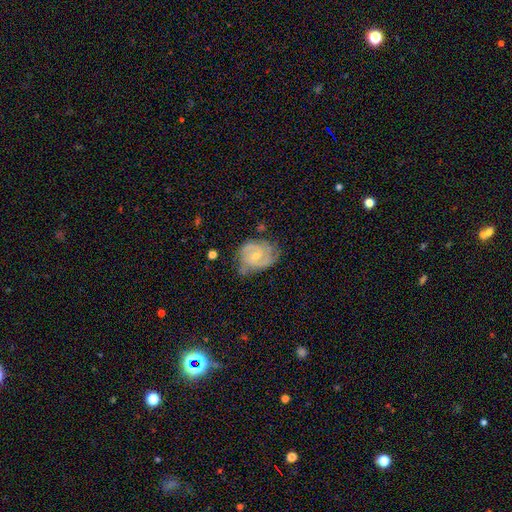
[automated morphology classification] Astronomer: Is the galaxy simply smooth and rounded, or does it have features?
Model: featured or disk — 80%.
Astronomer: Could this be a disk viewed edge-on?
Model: no — 98%.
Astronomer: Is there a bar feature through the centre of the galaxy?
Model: weak — 46% (runner-up: no, 45%).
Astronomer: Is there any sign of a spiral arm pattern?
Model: yes — 94%.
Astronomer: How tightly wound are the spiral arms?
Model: medium — 45% (runner-up: tight, 43%).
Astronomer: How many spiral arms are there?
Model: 2 — 64%.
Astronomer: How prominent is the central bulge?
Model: small — 60% (runner-up: moderate, 36%).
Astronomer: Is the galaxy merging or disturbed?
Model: none — 57%.